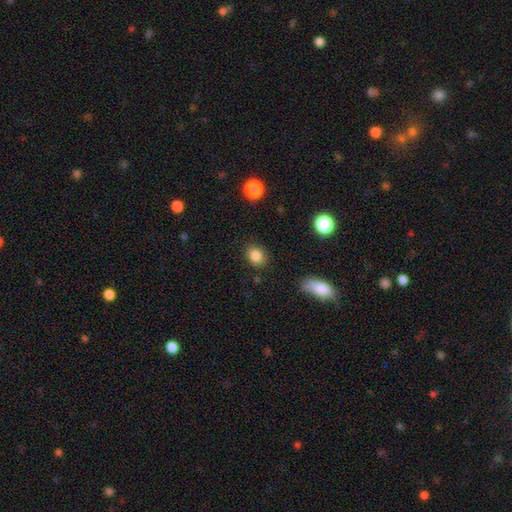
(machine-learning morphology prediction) smooth 85%, star or artifact 10%, featured or disk 5%. Down the decision tree: how rounded — in between (52%); merging — none (86%).